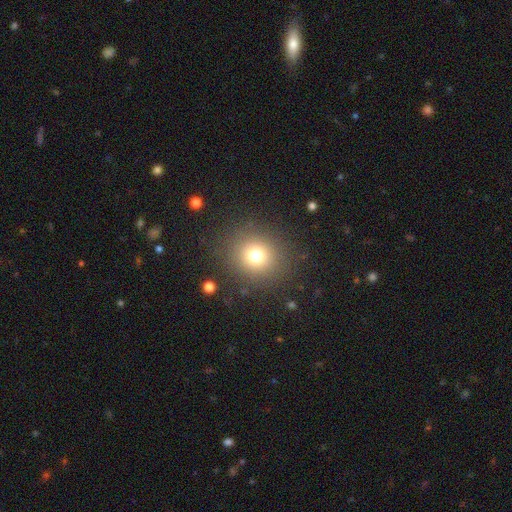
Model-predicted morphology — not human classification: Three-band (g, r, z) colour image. It shows a smooth galaxy with no disk features (73%) that is round (87%). Merging: none (86%).